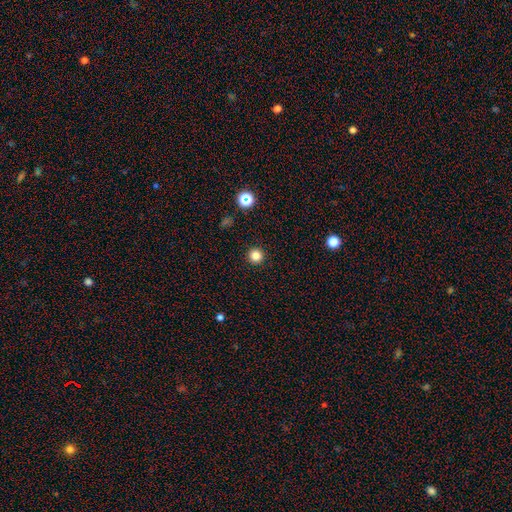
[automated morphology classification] A smooth galaxy with no disk features (83%) that is round (96%). Merging: none (93%).